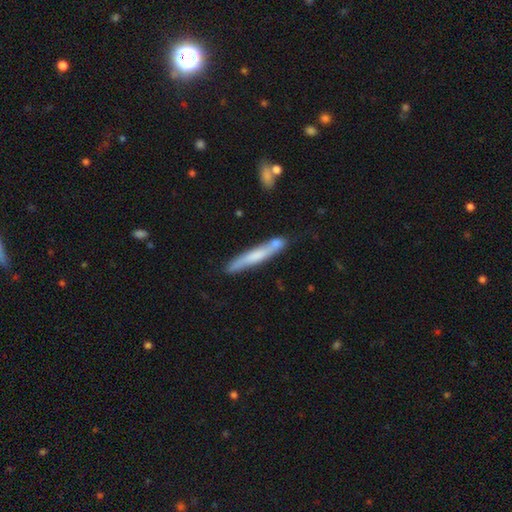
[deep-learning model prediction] Smooth or featured?
  - smooth: 55% *
  - featured or disk: 40%
  - star or artifact: 5%
How rounded?
  - cigar-shaped: 95% *
  - in between: 4%
  - round: 1%
Merging?
  - none: 72% *
  - minor disturbance: 16%
  - merger: 8%
  - major disturbance: 3%